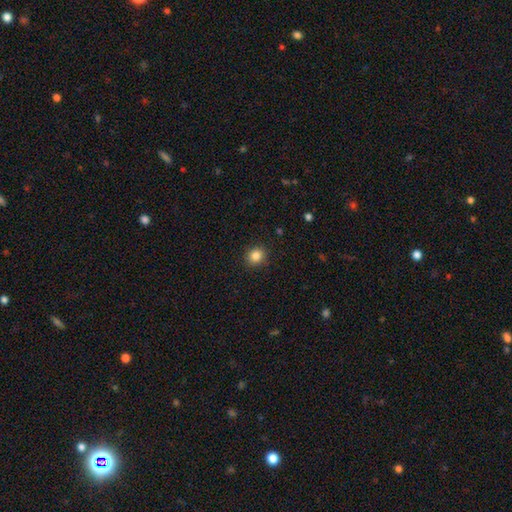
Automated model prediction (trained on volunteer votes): The model was most divided on "how rounded": round: 80%, in between: 19%, cigar-shaped: 1%. More confident: merging — none (90%); smooth or featured — smooth (85%).